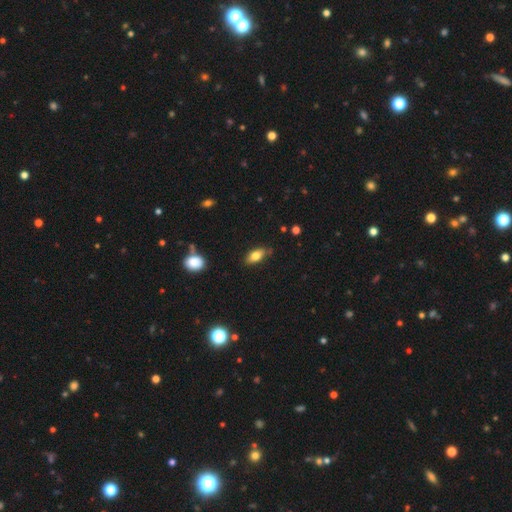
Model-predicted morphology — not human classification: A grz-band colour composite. It shows a smooth galaxy with no disk features (77%) that is in between round and cigar-shaped (85%). Merging: none (76%).